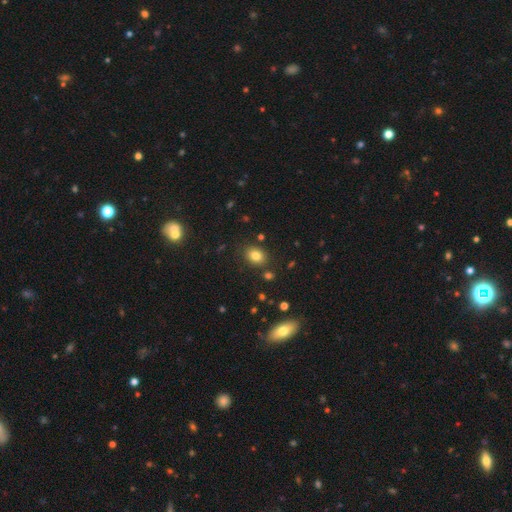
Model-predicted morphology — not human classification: The model was most divided on "how rounded": in between: 57%, round: 42%, cigar-shaped: 1%. More confident: merging — none (83%); smooth or featured — smooth (81%).